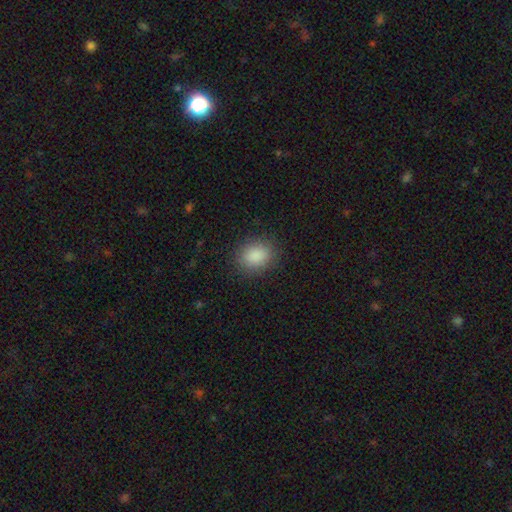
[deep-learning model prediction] Morphology: type=smooth (87%); roundness=in between (50%); merging=none (86%).